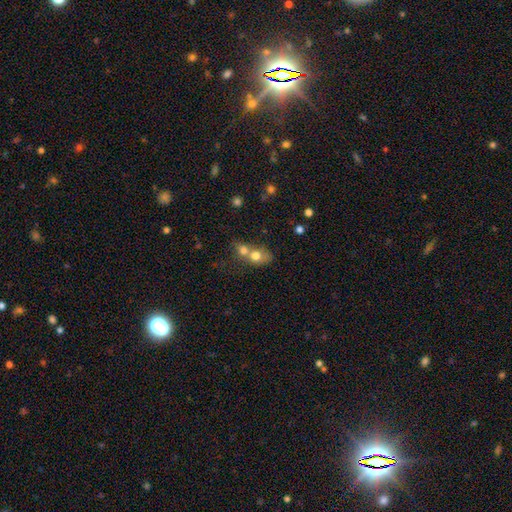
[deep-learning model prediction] A smooth galaxy with no disk features (71%) that is in between round and cigar-shaped (50%).

Vote fractions:
- Smooth or featured? smooth: 71% / featured or disk: 19% / star or artifact: 10%
- How rounded? in between: 50% / round: 48% / cigar-shaped: 2%
- Merging? merger: 71% / none: 18% / minor disturbance: 6% / major disturbance: 5%